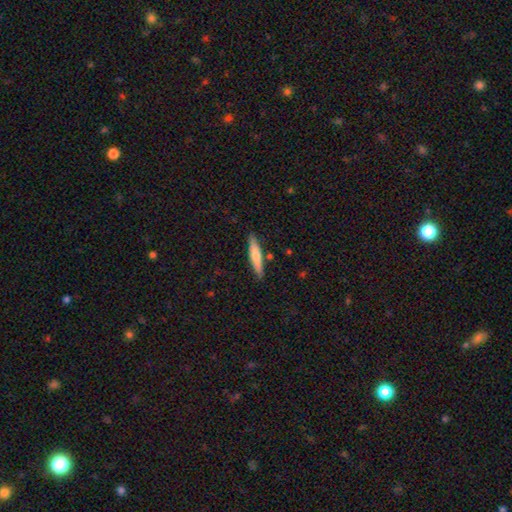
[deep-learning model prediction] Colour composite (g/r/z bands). It shows a smooth galaxy with no disk features (65%) that is cigar-shaped (89%). Merging: none (86%).